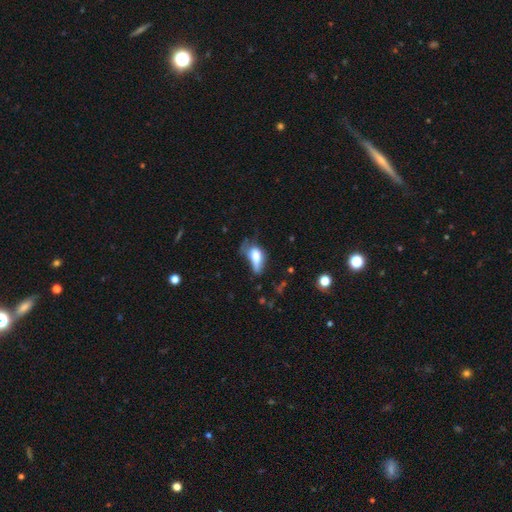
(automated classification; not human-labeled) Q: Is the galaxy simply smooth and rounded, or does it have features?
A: smooth — 67%.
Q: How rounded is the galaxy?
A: in between — 82%.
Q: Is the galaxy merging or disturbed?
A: major disturbance — 41%.